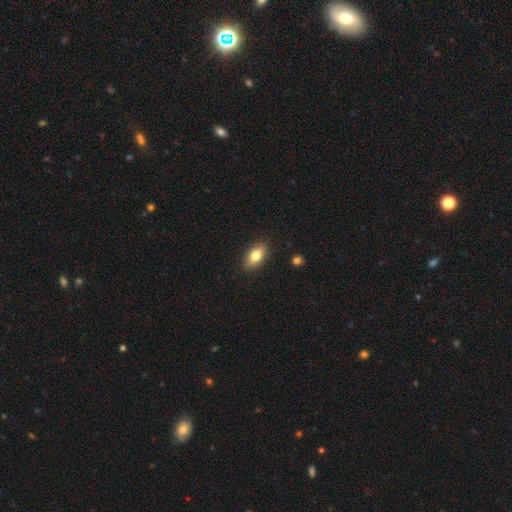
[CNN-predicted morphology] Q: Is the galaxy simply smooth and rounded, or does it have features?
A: smooth — 78%.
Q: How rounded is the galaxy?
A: in between — 88%.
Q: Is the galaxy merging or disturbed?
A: none — 88%.